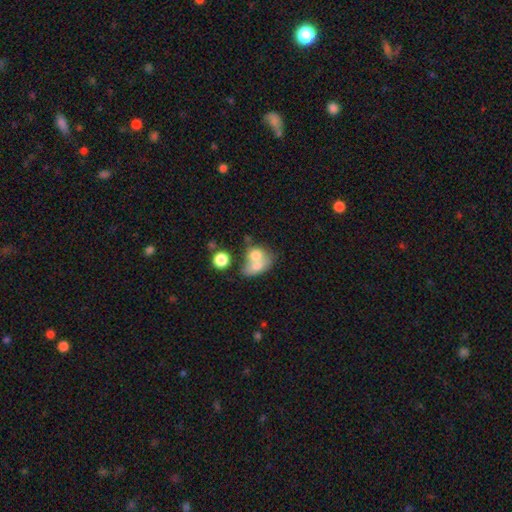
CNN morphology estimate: Smooth or featured: smooth — 69% (featured or disk — 22%)
How rounded: in between — 63% (round — 35%)
Merging: merger — 65% (none — 21%)